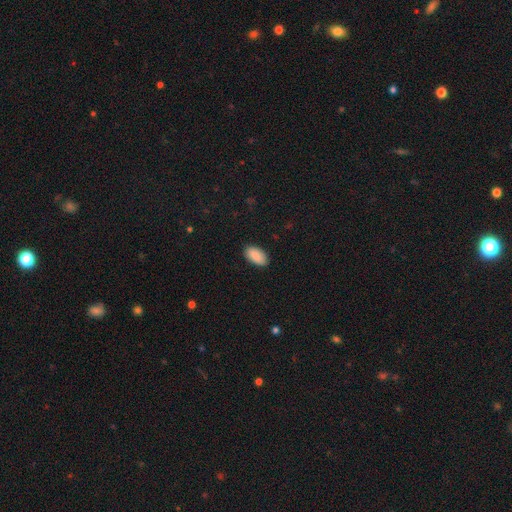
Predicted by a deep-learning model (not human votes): Q: Smooth or featured?
A: smooth (90%); runner-up: star or artifact (6%)
Q: How rounded?
A: in between (95%); runner-up: round (3%)
Q: Merging?
A: none (88%); runner-up: minor disturbance (9%)